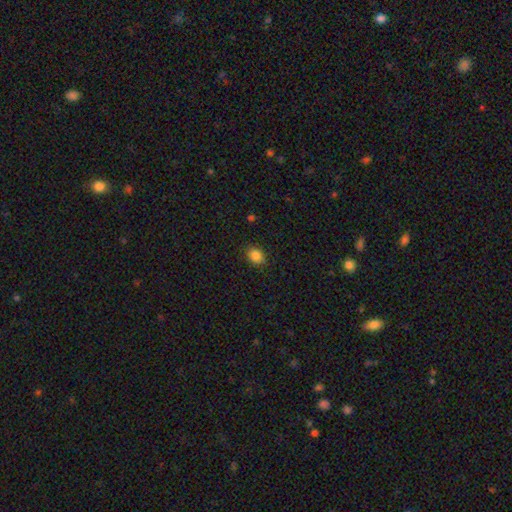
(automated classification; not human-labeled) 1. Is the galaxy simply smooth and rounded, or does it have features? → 86% smooth, 10% star or artifact, 4% featured or disk.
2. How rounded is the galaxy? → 57% in between, 42% round, 1% cigar-shaped.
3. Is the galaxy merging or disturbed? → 88% none, 9% minor disturbance, 2% major disturbance, 1% merger.